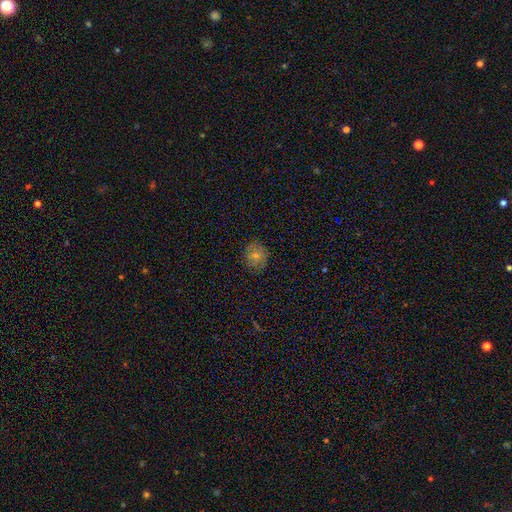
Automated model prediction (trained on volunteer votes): Overall: smooth (55%; featured or disk 26%). How rounded: round (81%). Merging: none (84%).